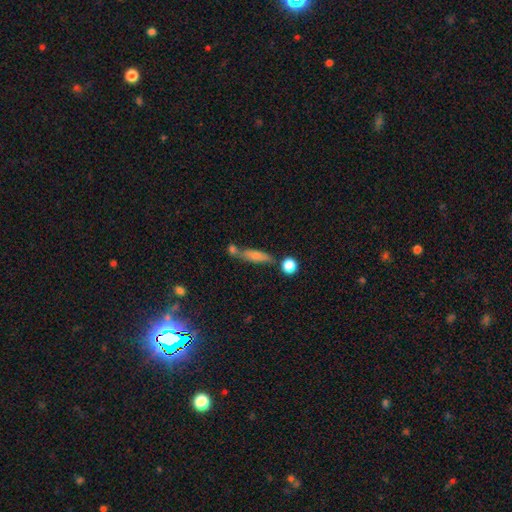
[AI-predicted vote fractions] A smooth galaxy with no disk features (69%) that is cigar-shaped (64%). Merging: none (53%).